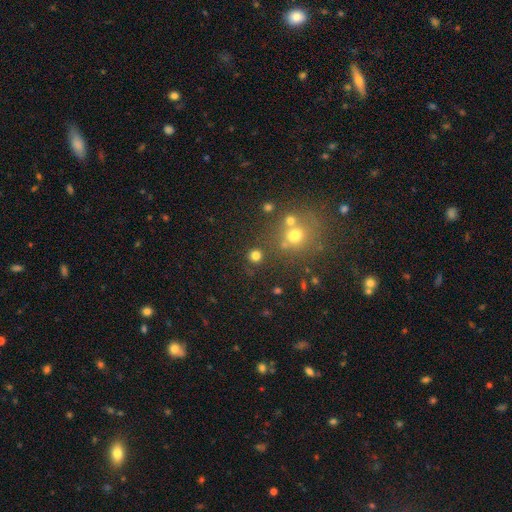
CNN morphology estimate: This appears to be a smooth galaxy with no disk features (77%) that is round (92%). Merging: none (82%).